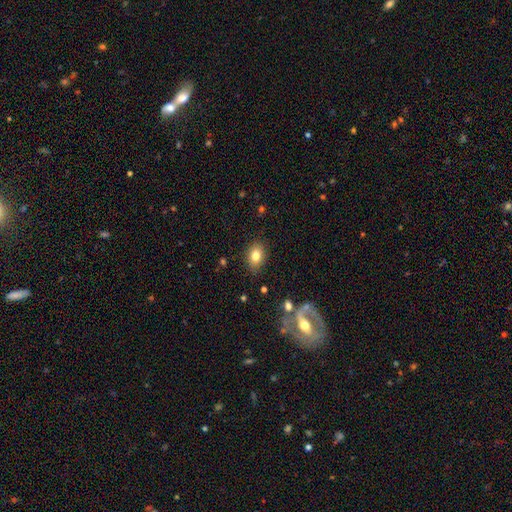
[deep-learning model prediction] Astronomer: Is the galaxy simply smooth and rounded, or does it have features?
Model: smooth — 80%.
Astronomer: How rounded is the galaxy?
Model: in between — 77%.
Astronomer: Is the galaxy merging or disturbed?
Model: none — 84%.